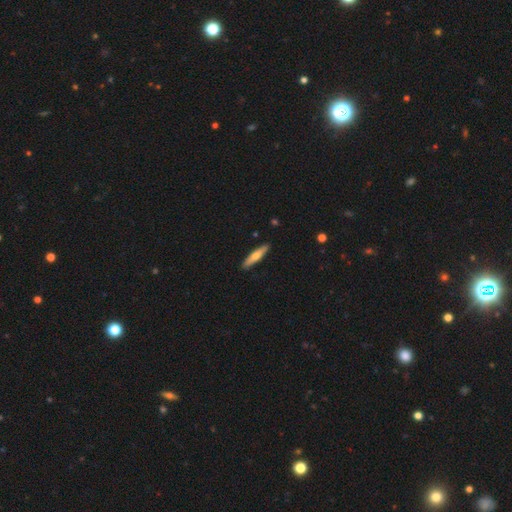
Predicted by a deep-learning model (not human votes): This is possibly a smooth galaxy (57%). How rounded: clearly cigar-shaped (86%). Merging: clearly none (90%).